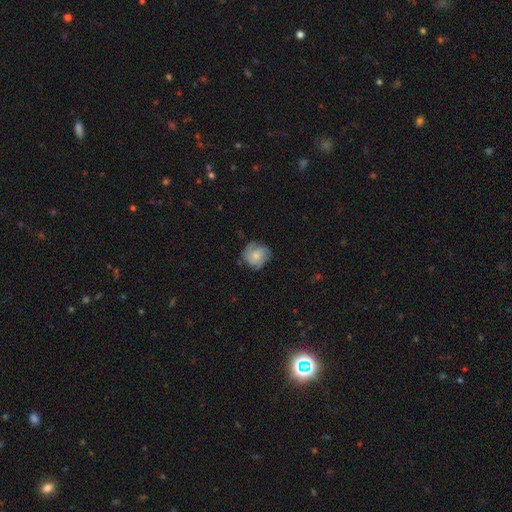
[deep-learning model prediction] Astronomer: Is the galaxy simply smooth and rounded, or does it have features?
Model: smooth — 55% (runner-up: featured or disk, 37%).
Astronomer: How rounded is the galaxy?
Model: round — 82%.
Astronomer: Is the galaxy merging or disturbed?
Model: none — 66%.